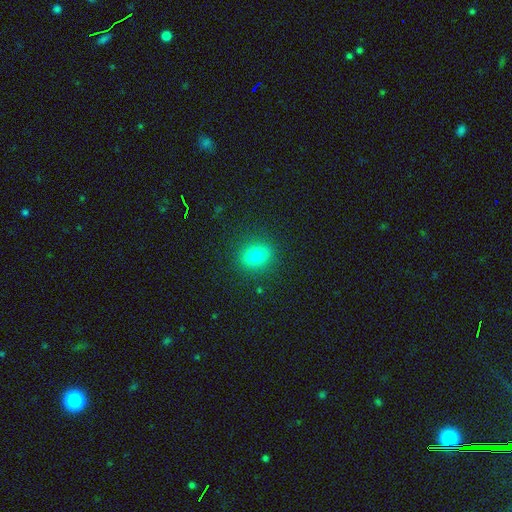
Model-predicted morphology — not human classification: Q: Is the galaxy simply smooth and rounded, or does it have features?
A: smooth — 80%.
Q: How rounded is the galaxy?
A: in between — 57%.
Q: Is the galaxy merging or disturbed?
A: none — 88%.